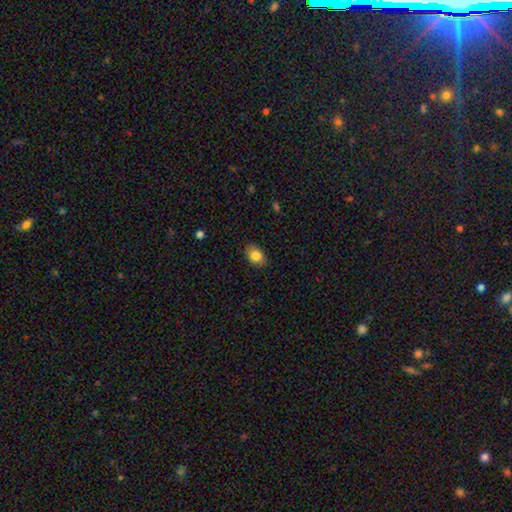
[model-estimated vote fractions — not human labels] Smooth or featured? Predicted: smooth (p=0.84). How rounded? Predicted: in between (p=0.73). Merging? Predicted: none (p=0.83).